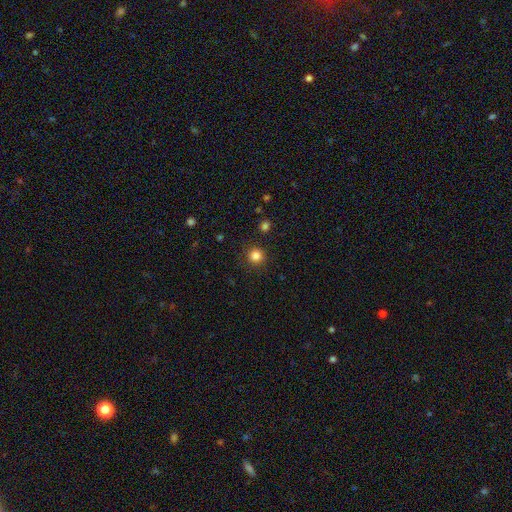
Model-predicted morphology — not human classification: Q: Smooth or featured?
A: smooth (83%); runner-up: star or artifact (13%)
Q: How rounded?
A: round (94%); runner-up: in between (5%)
Q: Merging?
A: none (90%); runner-up: minor disturbance (6%)